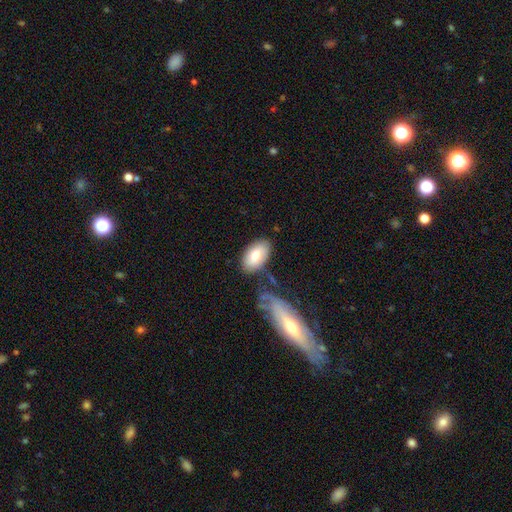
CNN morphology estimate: smooth_or_featured: smooth (p=0.74) [alt: featured or disk p=0.20]
how_rounded: in between (p=0.93) [alt: round p=0.05]
merging: none (p=0.74) [alt: minor disturbance p=0.14]